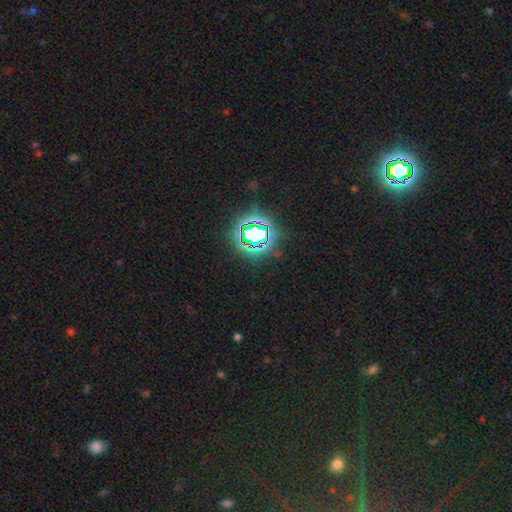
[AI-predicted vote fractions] smooth-or-featured: star or artifact: 78% | smooth: 15% | featured or disk: 7%